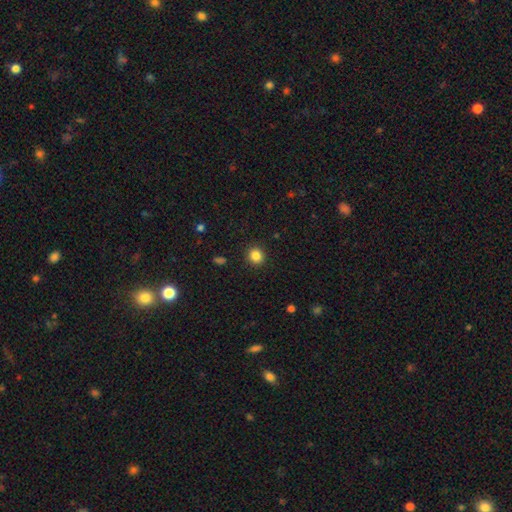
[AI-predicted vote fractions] This is clearly a smooth galaxy (85%). How rounded: clearly round (88%). Merging: clearly none (92%).